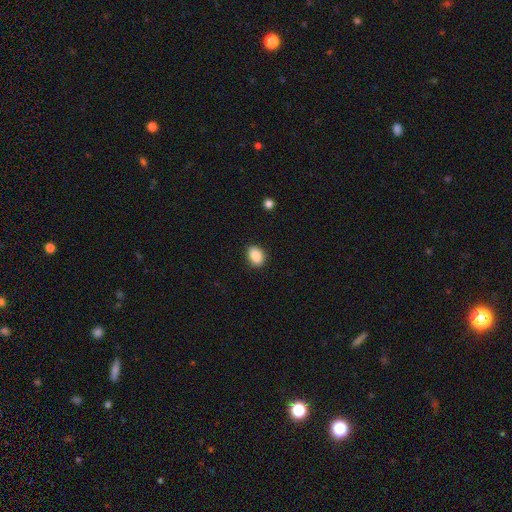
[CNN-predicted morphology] smooth_or_featured: smooth (p=0.88) [alt: star or artifact p=0.08]
how_rounded: in between (p=0.74) [alt: round p=0.25]
merging: none (p=0.89) [alt: minor disturbance p=0.08]